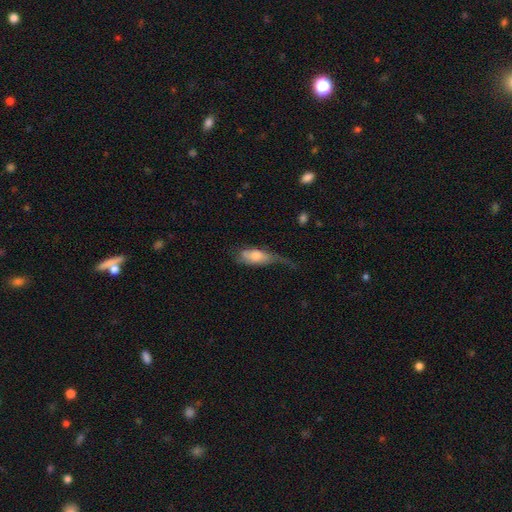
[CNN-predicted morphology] Overall: smooth (58%; featured or disk 35%). How rounded: in between (72%). Merging: major disturbance (39%; minor disturbance 30%).